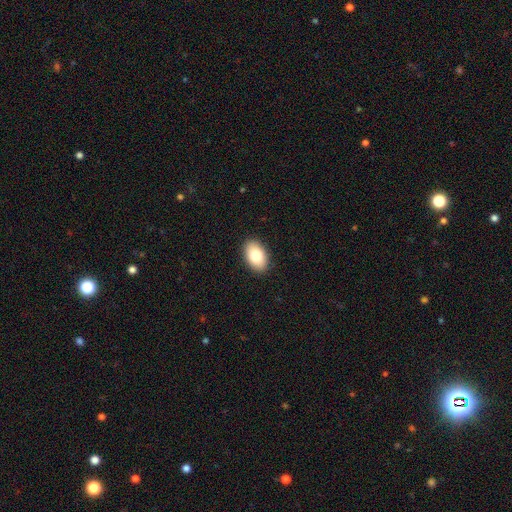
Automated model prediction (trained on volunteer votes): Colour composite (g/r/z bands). It shows a smooth galaxy with no disk features (80%) that is in between round and cigar-shaped (91%). Merging: none (90%).